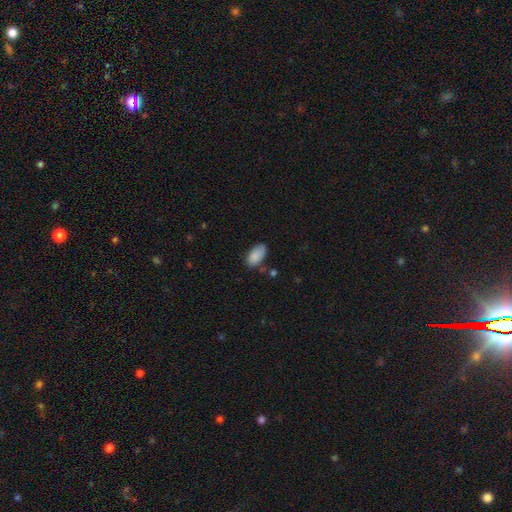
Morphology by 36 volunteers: Smooth or featured: smooth — 86% (featured or disk — 8%)
How rounded: in between — 97% (cigar-shaped — 3%)
Merging: none — 65% (minor disturbance — 32%)